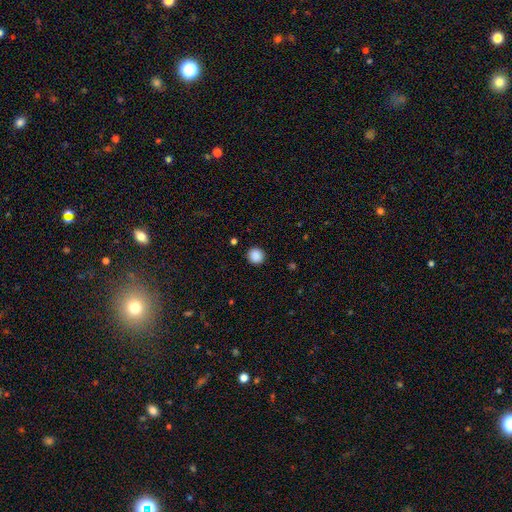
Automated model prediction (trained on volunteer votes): smooth-or-featured: smooth: 88% | star or artifact: 9% | featured or disk: 2%
  how-rounded: round: 92% | in between: 7% | cigar-shaped: 1%
  merging: none: 92% | minor disturbance: 6% | major disturbance: 2% | merger: 1%